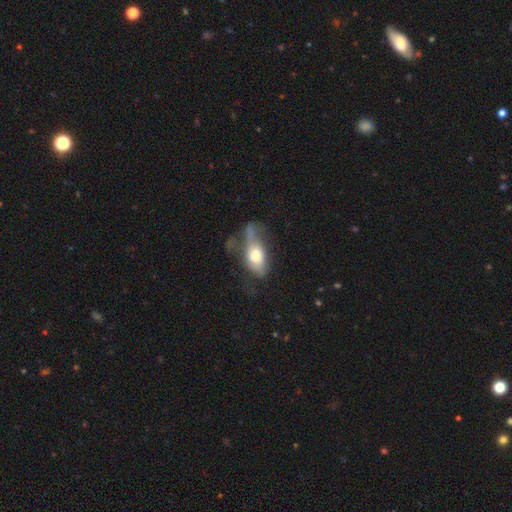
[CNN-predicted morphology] Smooth or featured? Predicted: smooth (p=0.63). How rounded? Predicted: in between (p=0.82). Merging? Predicted: major disturbance (p=0.39).